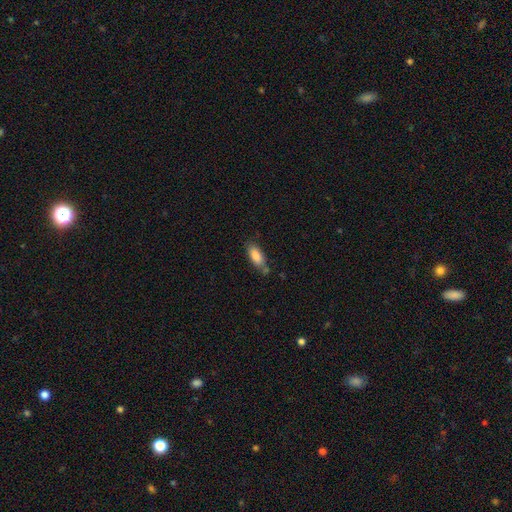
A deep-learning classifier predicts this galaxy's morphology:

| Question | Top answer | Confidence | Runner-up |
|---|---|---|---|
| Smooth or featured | smooth | 85% | featured or disk (8%) |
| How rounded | in between | 80% | cigar-shaped (18%) |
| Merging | none | 64% | minor disturbance (21%) |